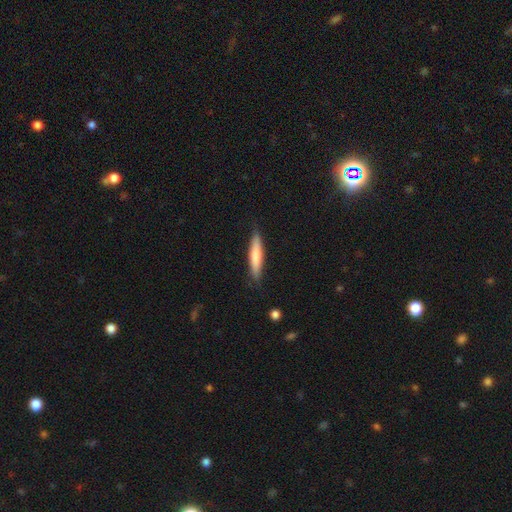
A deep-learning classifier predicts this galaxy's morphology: A smooth galaxy with no disk features (72%) that is cigar-shaped (85%).

Vote fractions:
- Smooth or featured? smooth: 72% / featured or disk: 23% / star or artifact: 5%
- How rounded? cigar-shaped: 85% / in between: 13% / round: 1%
- Merging? none: 83% / minor disturbance: 13% / major disturbance: 2% / merger: 1%